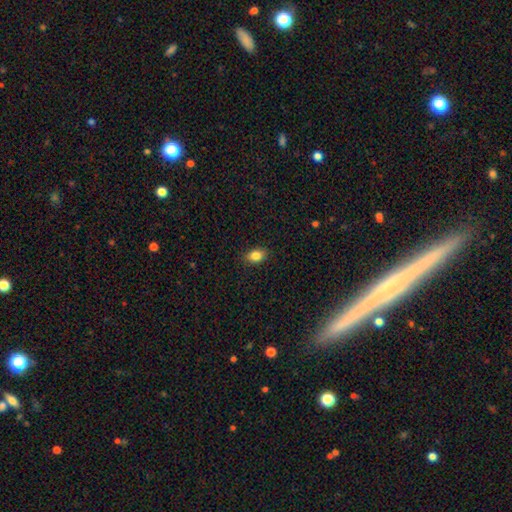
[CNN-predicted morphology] smooth_or_featured: smooth (p=0.85) [alt: star or artifact p=0.10]
how_rounded: in between (p=0.75) [alt: round p=0.24]
merging: none (p=0.88) [alt: minor disturbance p=0.09]